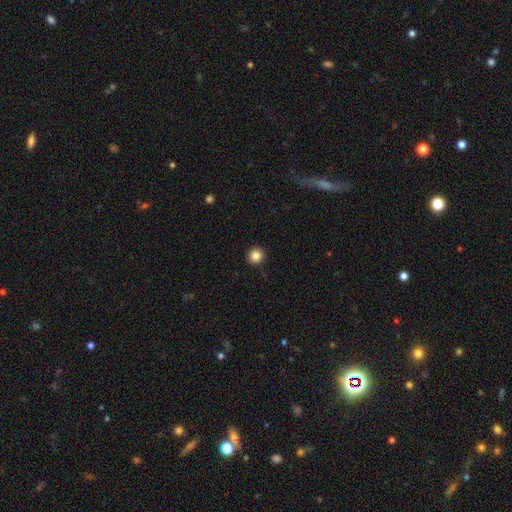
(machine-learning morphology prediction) smooth-or-featured: smooth: 85% | star or artifact: 11% | featured or disk: 5%
  how-rounded: round: 95% | in between: 4% | cigar-shaped: 1%
  merging: none: 93% | minor disturbance: 4% | major disturbance: 1% | merger: 1%